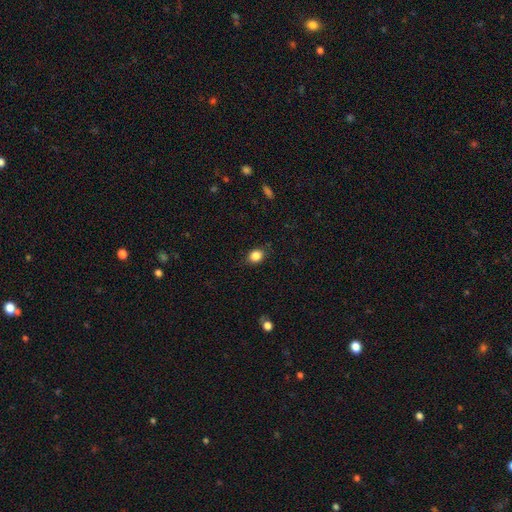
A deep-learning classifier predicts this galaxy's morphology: Smooth or featured?
  - smooth: 86% *
  - star or artifact: 10%
  - featured or disk: 5%
How rounded?
  - in between: 53% *
  - round: 45%
  - cigar-shaped: 1%
Merging?
  - none: 83% *
  - minor disturbance: 13%
  - major disturbance: 3%
  - merger: 1%